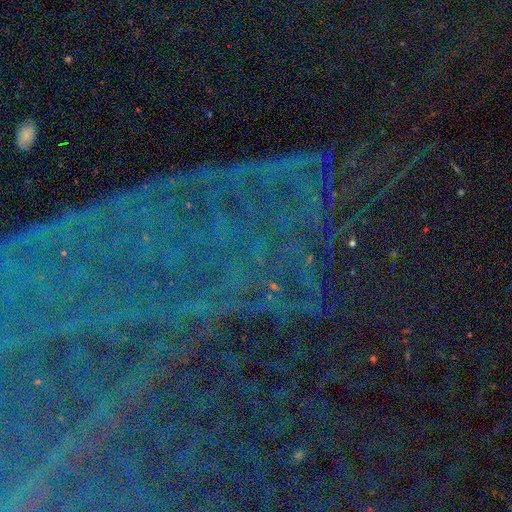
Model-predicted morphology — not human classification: This appears to be a star or artifact, not a galaxy (87%).